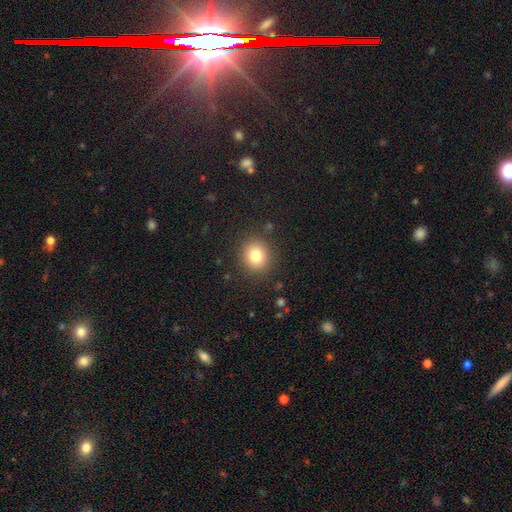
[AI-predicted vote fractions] Smooth or featured? Predicted: smooth (p=0.81). How rounded? Predicted: round (p=0.81). Merging? Predicted: none (p=0.89).